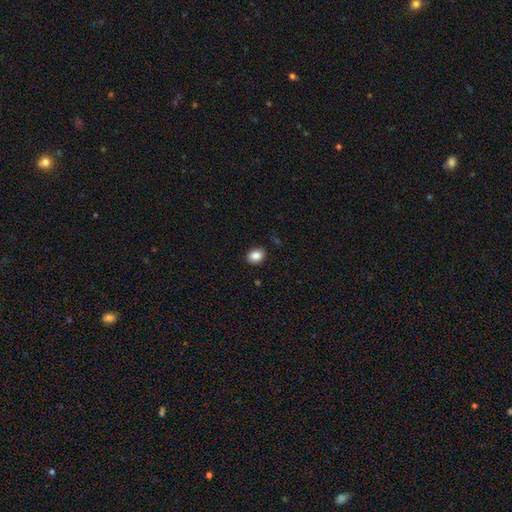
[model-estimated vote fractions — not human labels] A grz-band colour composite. It shows a smooth galaxy with no disk features (87%) that is in between round and cigar-shaped (61%). Merging: none (88%).